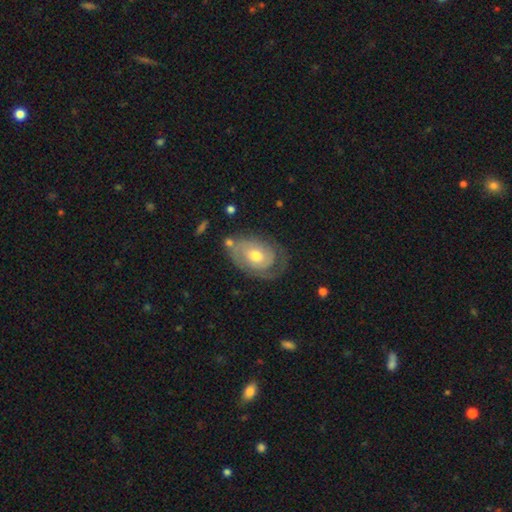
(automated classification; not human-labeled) Q: Smooth or featured?
A: featured or disk (71%); runner-up: smooth (24%)
Q: Edge-on disk?
A: no (95%); runner-up: yes (5%)
Q: Bar?
A: no (76%); runner-up: weak (21%)
Q: Spiral arms?
A: yes (81%); runner-up: no (19%)
Q: Spiral winding?
A: tight (64%); runner-up: medium (25%)
Q: Spiral arm count?
A: 2 (34%); runner-up: 1 (30%)
Q: Bulge size?
A: moderate (69%); runner-up: small (22%)
Q: Merging?
A: none (60%); runner-up: minor disturbance (22%)